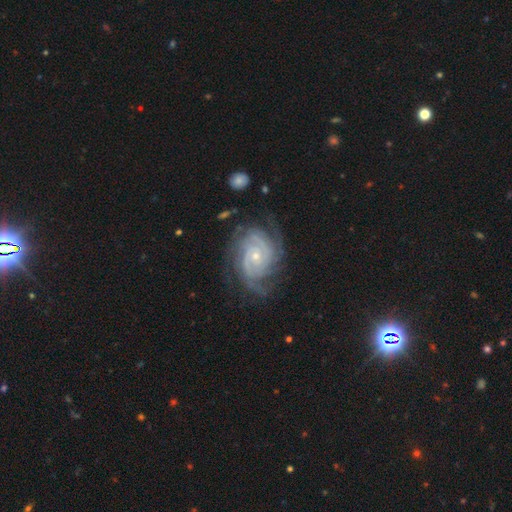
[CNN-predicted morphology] This is clearly a featured or disk galaxy (90%). It is clearly not viewed edge-on (97%). Bar: likely no (69%). Spiral arm pattern: clearly yes (98%). Spiral arm count: marginally 3 (24%). Spiral winding: likely tight (70%). Central bulge: likely small (73%). Merging: likely none (71%).